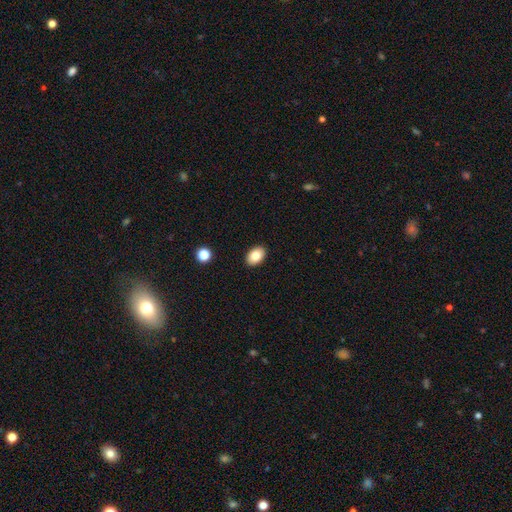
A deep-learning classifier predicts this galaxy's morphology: The model was most divided on "smooth or featured": smooth: 82%, featured or disk: 10%, star or artifact: 8%. More confident: merging — none (90%); how rounded — in between (87%).